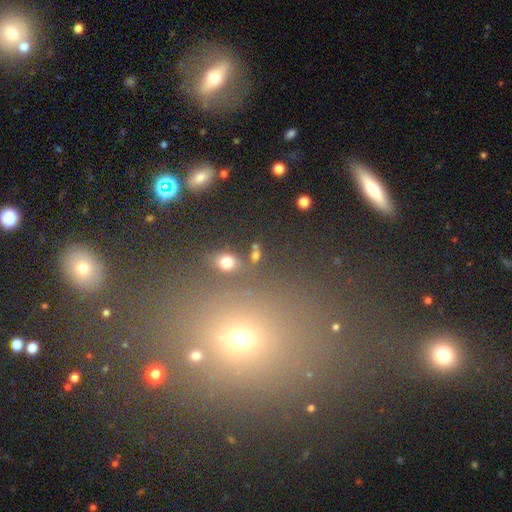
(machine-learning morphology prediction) Q: Smooth or featured?
A: smooth (52%); runner-up: star or artifact (31%)
Q: How rounded?
A: round (49%); runner-up: in between (45%)
Q: Merging?
A: none (75%); runner-up: minor disturbance (11%)